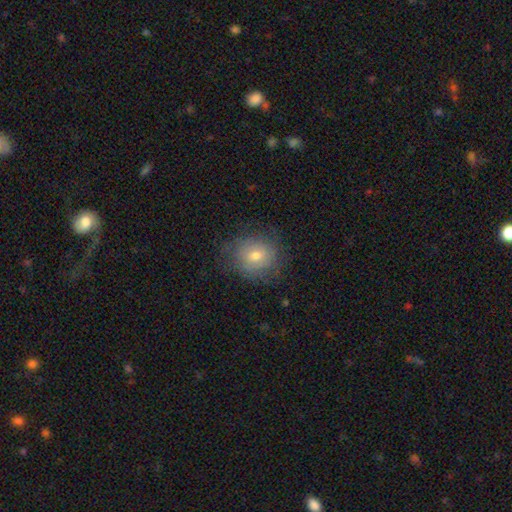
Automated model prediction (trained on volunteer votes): A smooth galaxy with no disk features (69%) that is round (78%). Merging: none (75%).